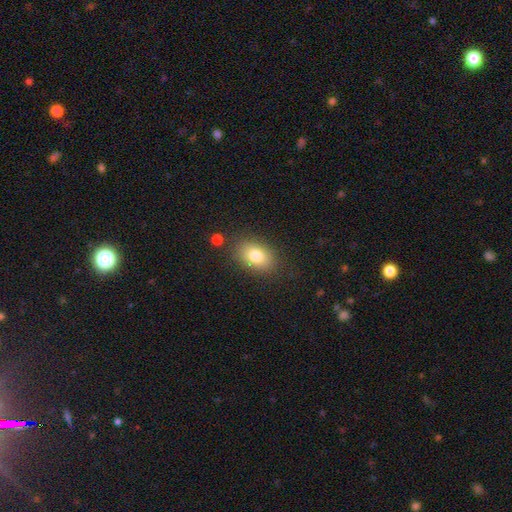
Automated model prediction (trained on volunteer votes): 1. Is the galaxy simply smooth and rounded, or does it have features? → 80% smooth, 11% featured or disk, 9% star or artifact.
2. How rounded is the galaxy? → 81% in between, 18% round, 1% cigar-shaped.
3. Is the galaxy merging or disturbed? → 83% none, 11% minor disturbance, 3% major disturbance, 3% merger.